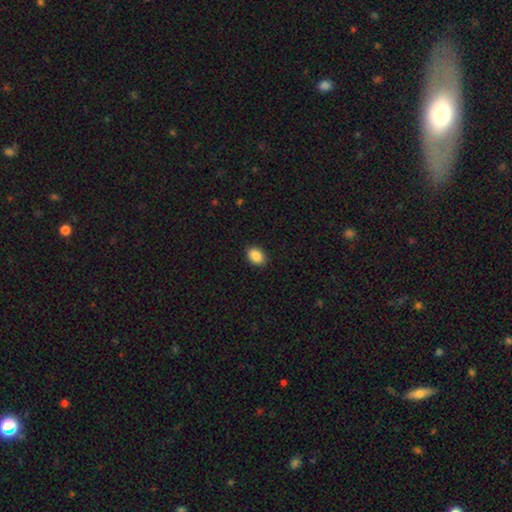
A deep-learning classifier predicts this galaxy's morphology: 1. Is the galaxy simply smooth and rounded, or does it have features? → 89% smooth, 8% star or artifact, 3% featured or disk.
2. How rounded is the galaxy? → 75% in between, 24% round, 1% cigar-shaped.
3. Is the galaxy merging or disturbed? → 90% none, 8% minor disturbance, 2% major disturbance, 1% merger.